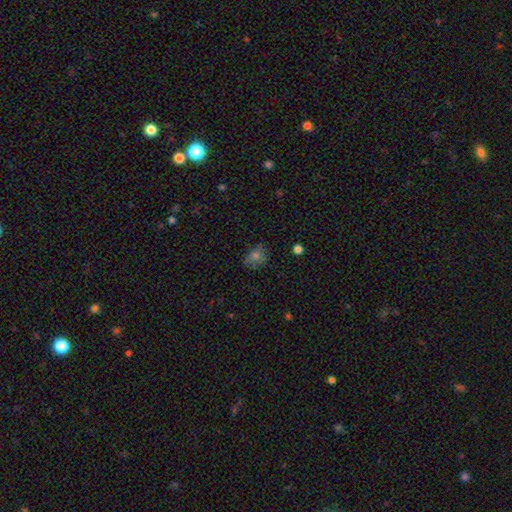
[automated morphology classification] Q: Smooth or featured?
A: smooth (68%); runner-up: star or artifact (18%)
Q: How rounded?
A: in between (54%); runner-up: round (44%)
Q: Merging?
A: none (70%); runner-up: minor disturbance (22%)